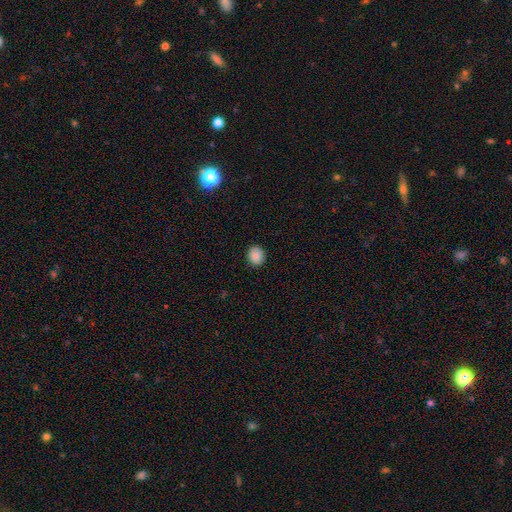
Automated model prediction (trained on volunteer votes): This appears to be a smooth galaxy with no disk features (86%) that is round (69%). Merging: none (88%).